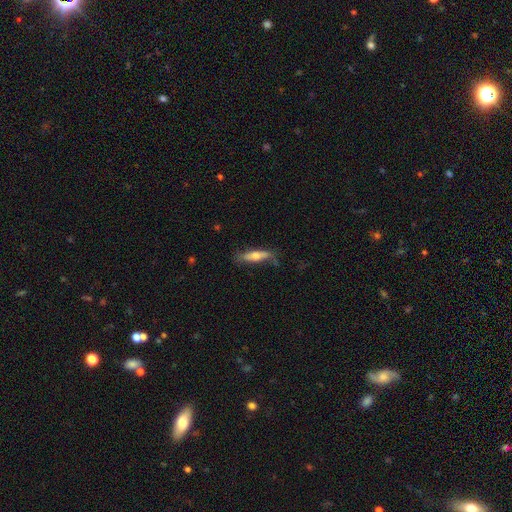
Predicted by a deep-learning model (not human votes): Overall: smooth (50%; featured or disk 44%). Merging: none (58%; minor disturbance 28%).